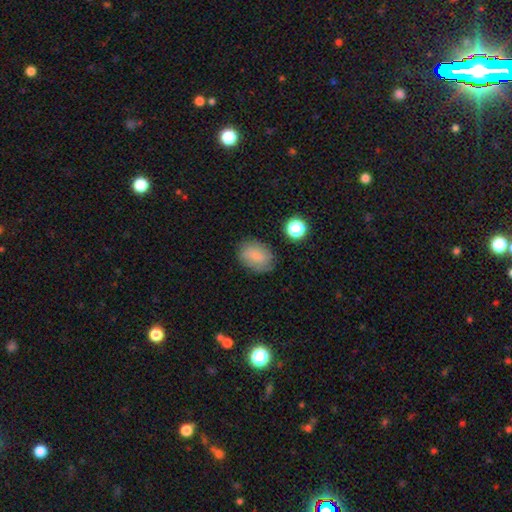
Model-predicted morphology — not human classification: Smooth or featured?
  - smooth: 74% *
  - featured or disk: 16%
  - star or artifact: 10%
How rounded?
  - in between: 70% *
  - round: 28%
  - cigar-shaped: 1%
Merging?
  - none: 74% *
  - minor disturbance: 18%
  - major disturbance: 5%
  - merger: 2%